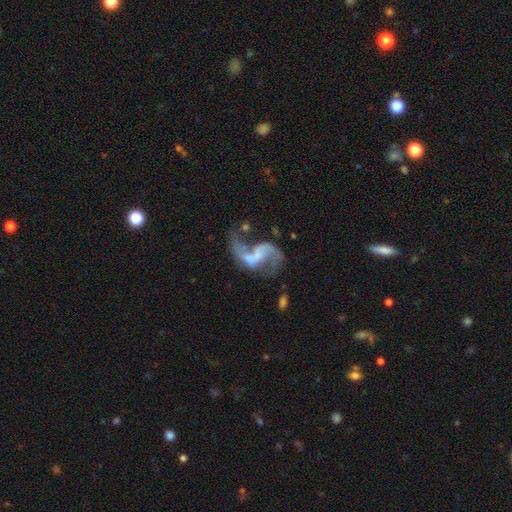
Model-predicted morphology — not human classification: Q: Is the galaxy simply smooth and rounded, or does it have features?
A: featured or disk — 87%.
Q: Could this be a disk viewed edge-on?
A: no — 98%.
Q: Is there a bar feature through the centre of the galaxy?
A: weak — 43%.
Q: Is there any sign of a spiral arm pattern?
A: yes — 92%.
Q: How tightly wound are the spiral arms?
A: loose — 78%.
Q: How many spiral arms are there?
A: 2 — 88%.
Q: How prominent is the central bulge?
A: none — 50%.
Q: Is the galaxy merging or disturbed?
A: none — 42%.